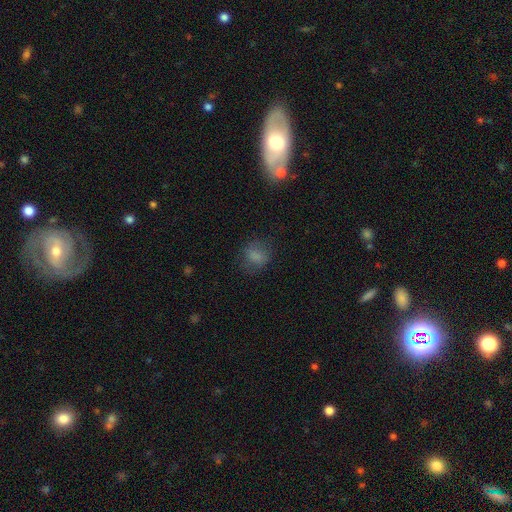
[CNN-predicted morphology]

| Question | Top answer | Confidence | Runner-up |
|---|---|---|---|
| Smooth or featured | smooth | 75% | star or artifact (13%) |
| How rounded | round | 55% | in between (43%) |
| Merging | none | 70% | minor disturbance (19%) |